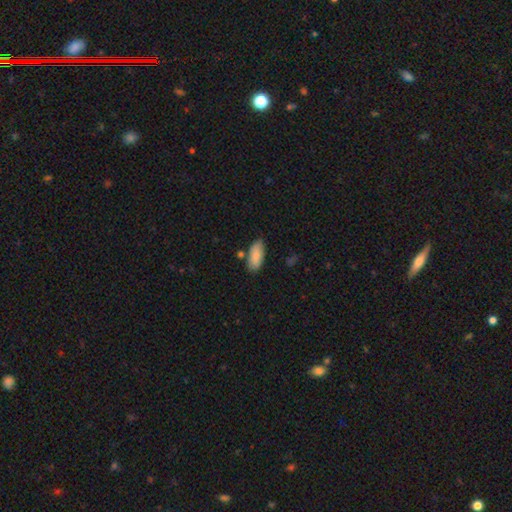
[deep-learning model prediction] Smooth or featured? smooth (87%)
How rounded? in between (87%)
Merging? none (77%)